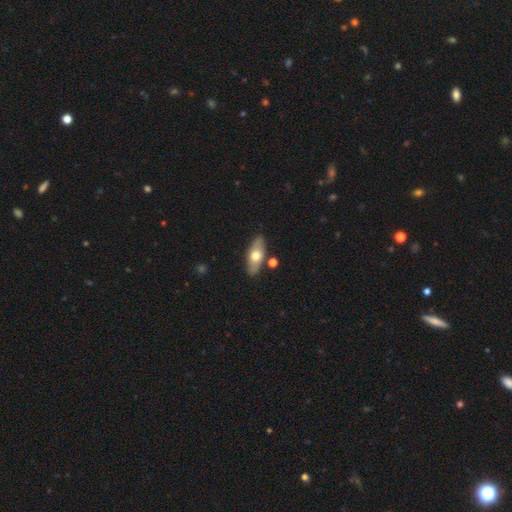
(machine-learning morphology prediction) A smooth galaxy with no disk features (58%) that is in between round and cigar-shaped (79%). Merging: none (83%).